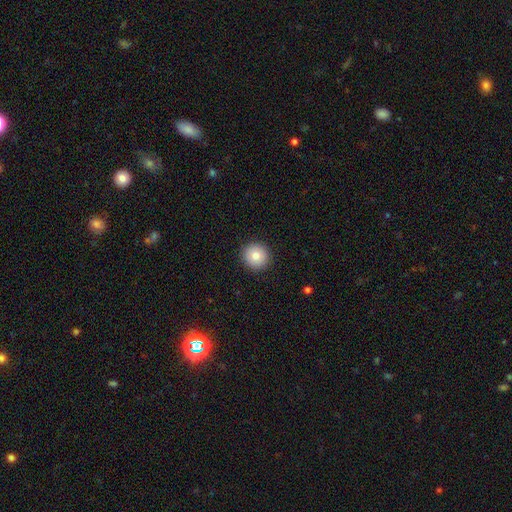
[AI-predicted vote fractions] Overall: smooth (80%). How rounded: round (95%). Merging: none (92%).